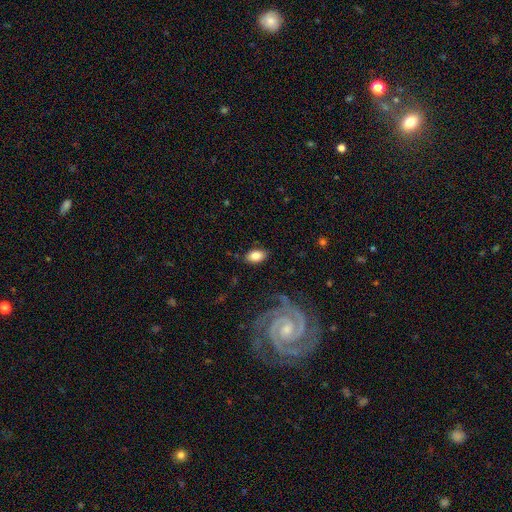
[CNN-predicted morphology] Overall: smooth (79%). How rounded: in between (91%). Merging: none (81%).